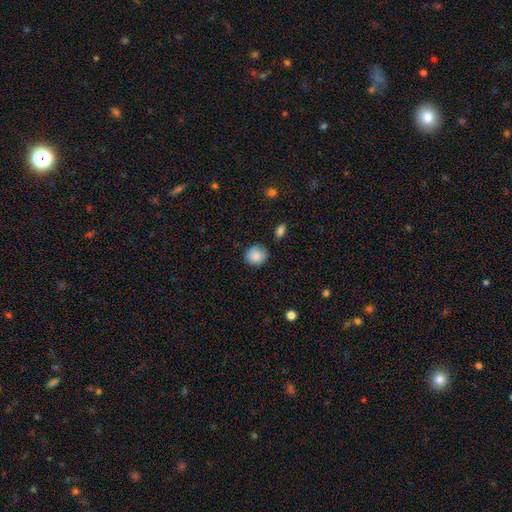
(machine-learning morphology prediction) smooth-or-featured: smooth: 88% | star or artifact: 8% | featured or disk: 5%
  how-rounded: round: 86% | in between: 13% | cigar-shaped: 1%
  merging: none: 83% | minor disturbance: 13% | major disturbance: 3% | merger: 2%